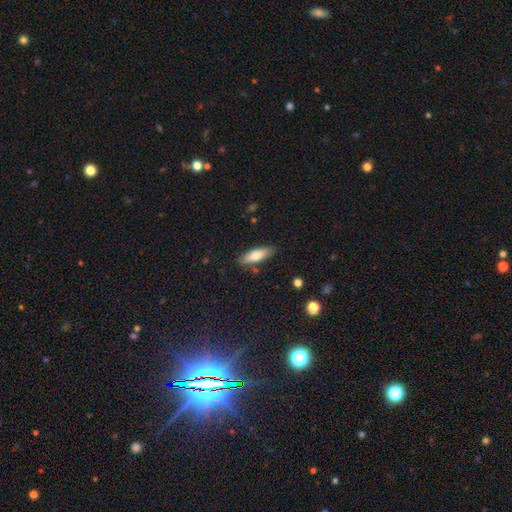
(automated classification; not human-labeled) Overall: smooth (74%). How rounded: in between (55%; cigar-shaped 43%). Merging: none (85%).